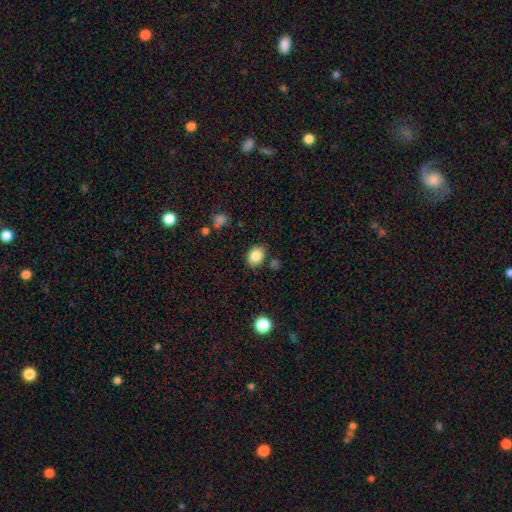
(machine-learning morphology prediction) Smooth or featured? Predicted: smooth (p=0.85). How rounded? Predicted: in between (p=0.64). Merging? Predicted: none (p=0.78).